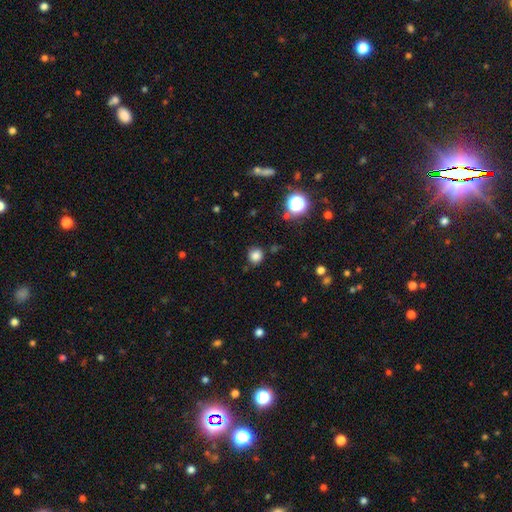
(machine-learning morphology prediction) Overall: smooth (81%). How rounded: round (88%). Merging: none (85%).